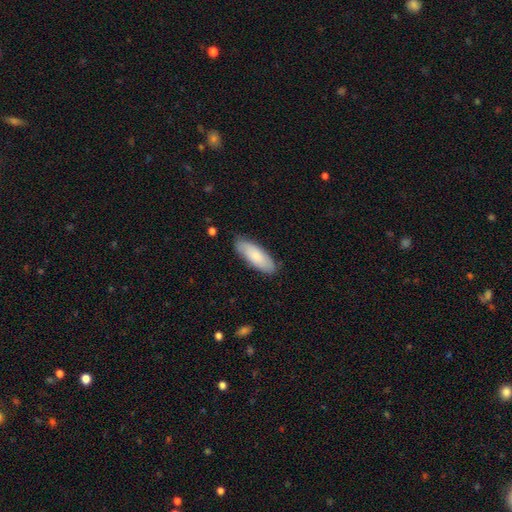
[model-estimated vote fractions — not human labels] Smooth or featured?
  - smooth: 80% *
  - featured or disk: 15%
  - star or artifact: 5%
How rounded?
  - in between: 64% *
  - cigar-shaped: 34%
  - round: 2%
Merging?
  - none: 84% *
  - minor disturbance: 13%
  - major disturbance: 2%
  - merger: 1%